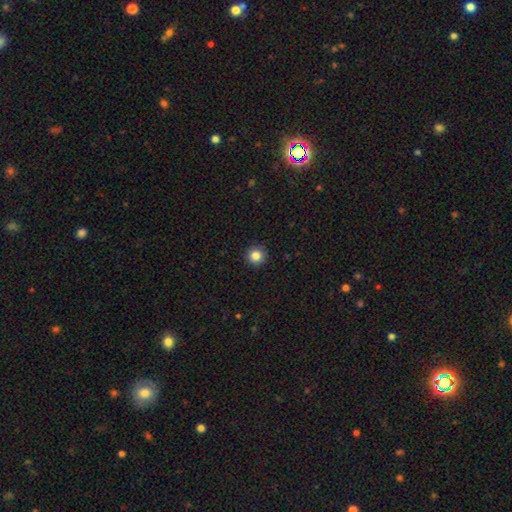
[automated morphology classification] A smooth galaxy with no disk features (84%) that is round (95%). Merging: none (92%).